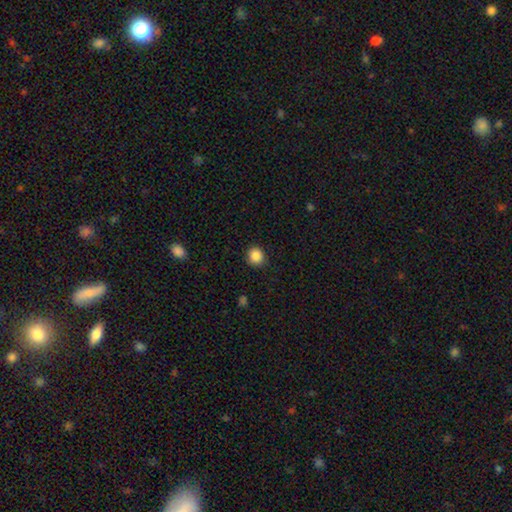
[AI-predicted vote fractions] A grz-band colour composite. It shows a smooth galaxy with no disk features (86%) that is round (89%). Merging: none (90%).